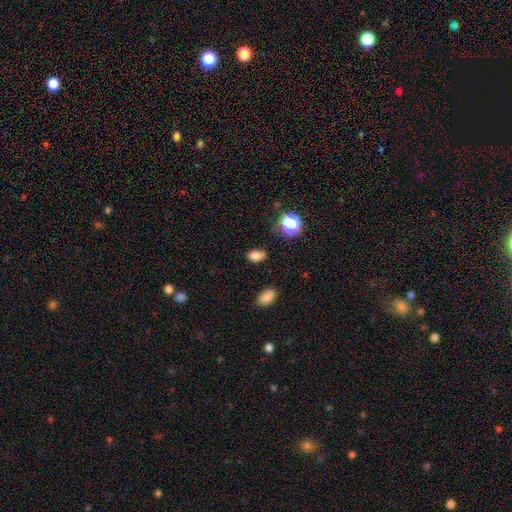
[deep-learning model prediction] This appears to be a smooth galaxy with no disk features (79%) that is in between round and cigar-shaped (80%). Merging: none (67%).